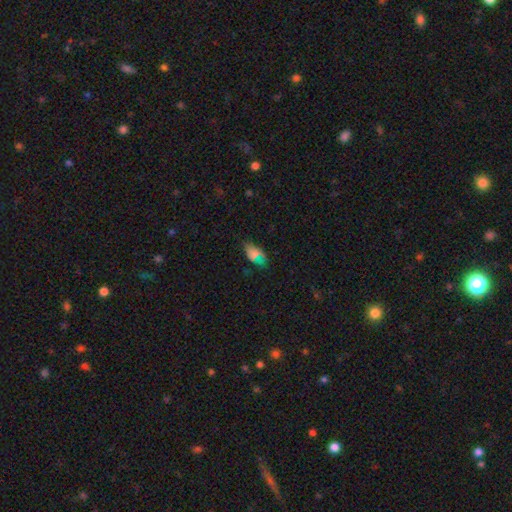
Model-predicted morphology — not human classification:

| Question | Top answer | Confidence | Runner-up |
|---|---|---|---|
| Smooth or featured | smooth | 68% | star or artifact (20%) |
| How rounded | in between | 91% | cigar-shaped (4%) |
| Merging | none | 68% | minor disturbance (23%) |